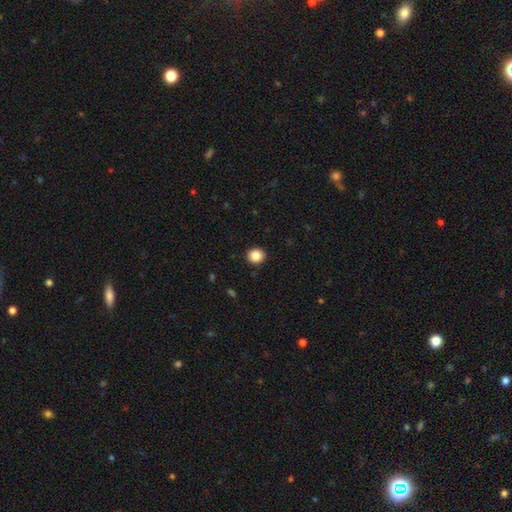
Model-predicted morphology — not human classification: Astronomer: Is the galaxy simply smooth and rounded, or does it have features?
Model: smooth — 86%.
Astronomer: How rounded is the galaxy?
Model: round — 86%.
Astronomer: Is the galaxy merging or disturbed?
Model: none — 92%.